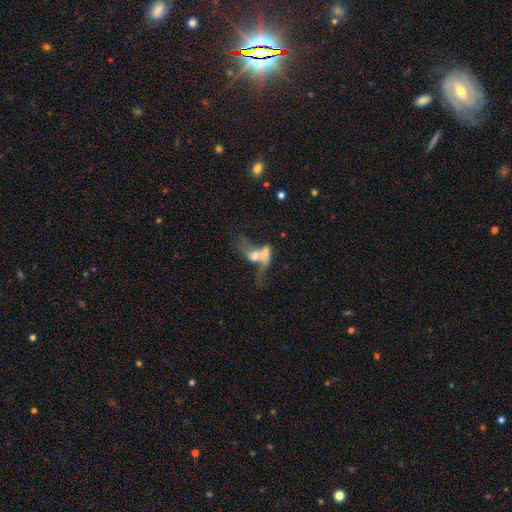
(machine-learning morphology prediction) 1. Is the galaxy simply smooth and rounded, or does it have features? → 44% featured or disk, 43% smooth, 13% star or artifact.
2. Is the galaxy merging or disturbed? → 64% merger, 18% major disturbance, 11% none, 6% minor disturbance.